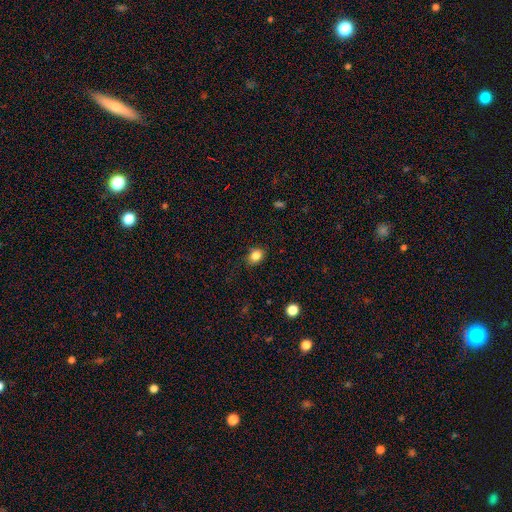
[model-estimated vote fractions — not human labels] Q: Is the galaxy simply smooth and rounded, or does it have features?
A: smooth — 84%.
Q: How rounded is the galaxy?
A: in between — 55%.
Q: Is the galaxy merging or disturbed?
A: none — 83%.